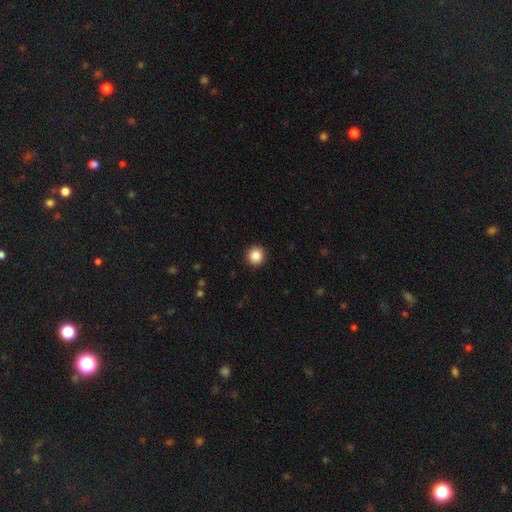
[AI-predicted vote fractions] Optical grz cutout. It shows a smooth galaxy with no disk features (88%) that is round (94%). Merging: none (92%).